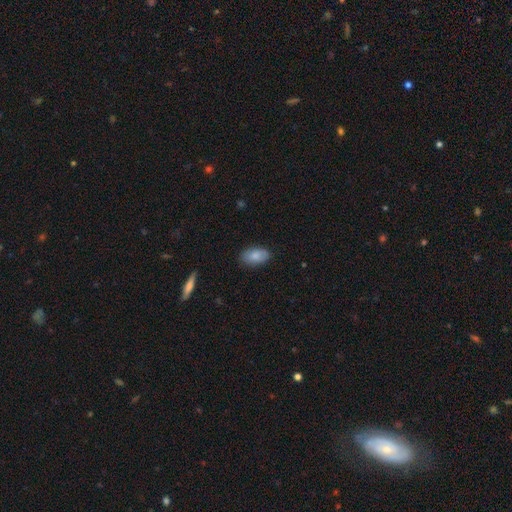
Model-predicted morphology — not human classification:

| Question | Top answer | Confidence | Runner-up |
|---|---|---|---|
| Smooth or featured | smooth | 83% | featured or disk (11%) |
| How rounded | in between | 93% | round (4%) |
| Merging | none | 81% | minor disturbance (15%) |